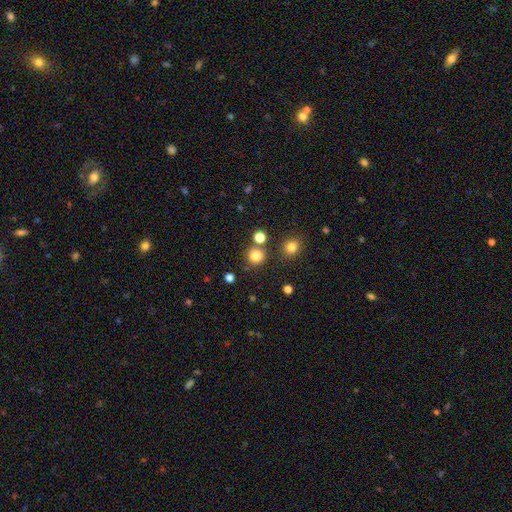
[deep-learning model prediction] Overall: smooth (81%). How rounded: round (91%). Merging: none (78%).